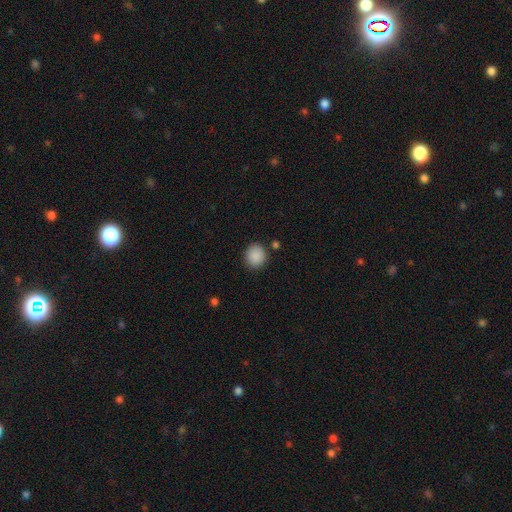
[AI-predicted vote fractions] A smooth galaxy with no disk features (89%) that is round (83%).

Vote fractions:
- Smooth or featured? smooth: 89% / star or artifact: 8% / featured or disk: 3%
- How rounded? round: 83% / in between: 16% / cigar-shaped: 1%
- Merging? none: 85% / minor disturbance: 9% / merger: 3% / major disturbance: 3%